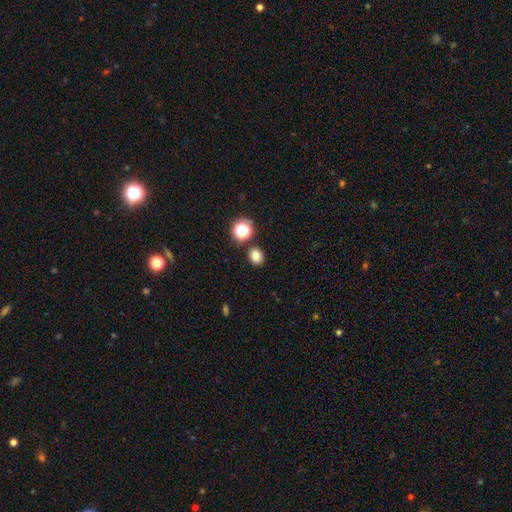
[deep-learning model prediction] This is likely a smooth galaxy (78%). How rounded: likely round (69%). Merging: clearly none (84%).